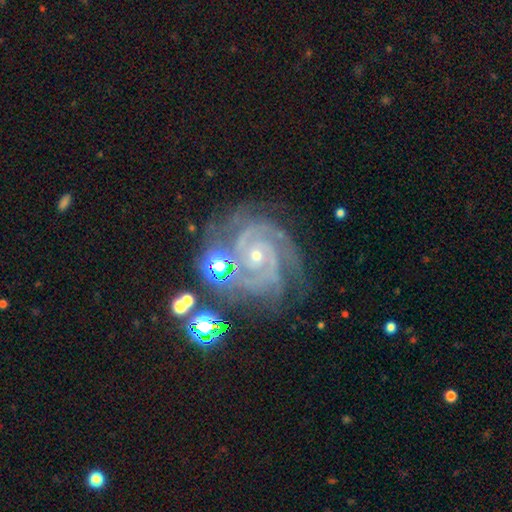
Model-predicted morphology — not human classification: This appears to be a featured or disk galaxy (89%) with no bar (70%), 3 (36%) tight (74%) spiral arms (98%) and a small central bulge (74%). Merging: none (66%).